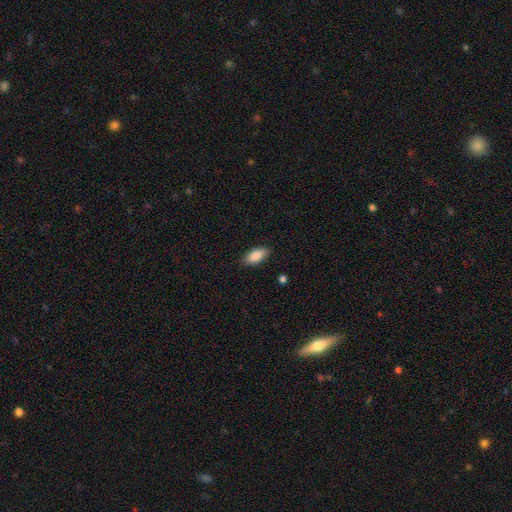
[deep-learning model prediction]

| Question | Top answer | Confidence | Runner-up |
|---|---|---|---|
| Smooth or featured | smooth | 88% | star or artifact (6%) |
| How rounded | in between | 90% | cigar-shaped (7%) |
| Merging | none | 87% | minor disturbance (10%) |